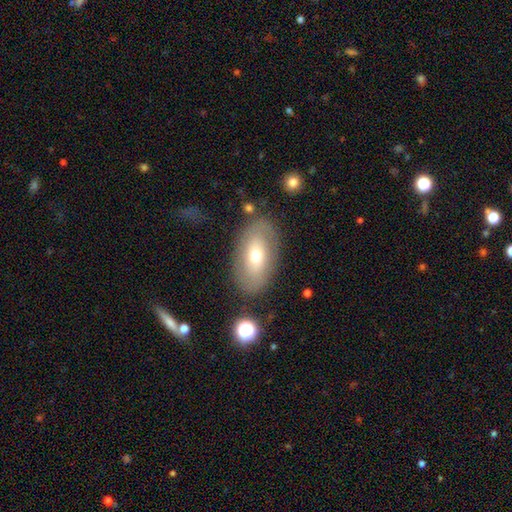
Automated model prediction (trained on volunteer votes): Smooth or featured? Predicted: smooth (p=0.52). How rounded? Predicted: in between (p=0.91). Merging? Predicted: none (p=0.80).